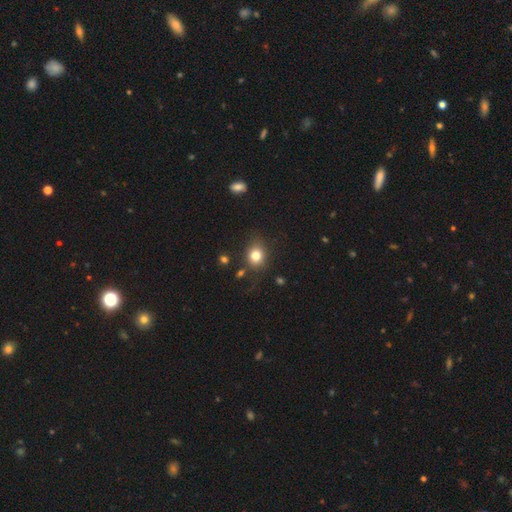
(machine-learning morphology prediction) smooth_or_featured: smooth (p=0.80) [alt: star or artifact p=0.12]
how_rounded: round (p=0.67) [alt: in between p=0.32]
merging: none (p=0.78) [alt: minor disturbance p=0.14]